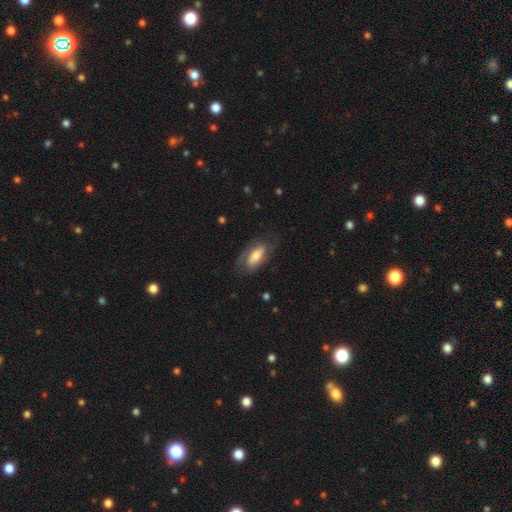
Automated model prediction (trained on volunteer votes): Smooth or featured: smooth — 49% (featured or disk — 44%)
Merging: none — 66% (minor disturbance — 21%)